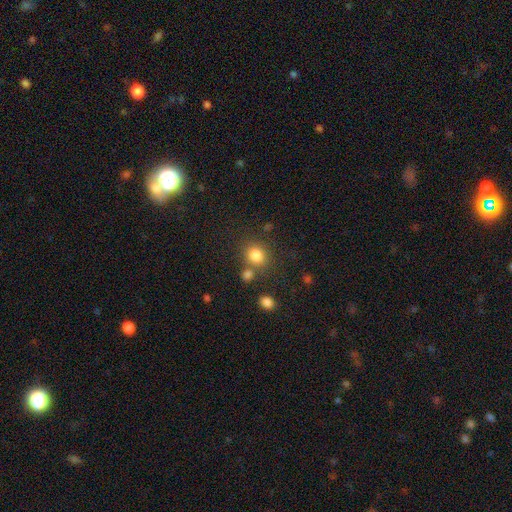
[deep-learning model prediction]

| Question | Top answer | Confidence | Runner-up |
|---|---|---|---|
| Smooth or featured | smooth | 81% | star or artifact (12%) |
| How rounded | round | 73% | in between (26%) |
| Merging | none | 68% | merger (17%) |